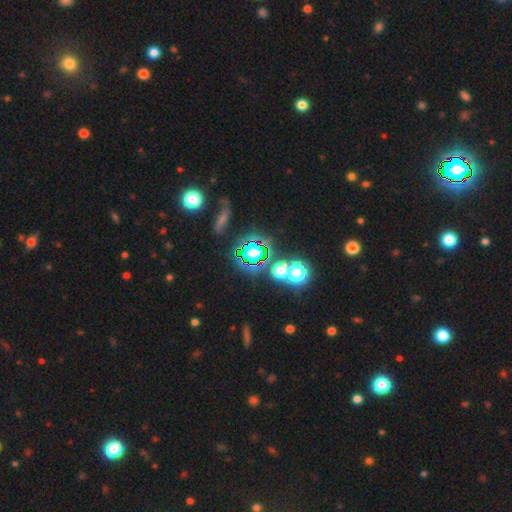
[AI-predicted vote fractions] Morphology: type=star or artifact (65%).